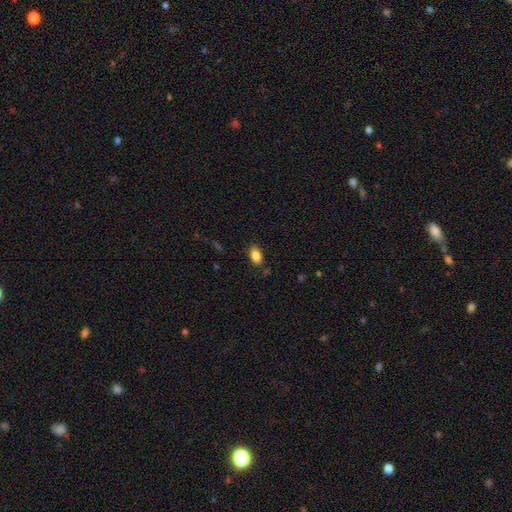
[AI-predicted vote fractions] Overall: smooth (86%). How rounded: in between (90%). Merging: none (84%).